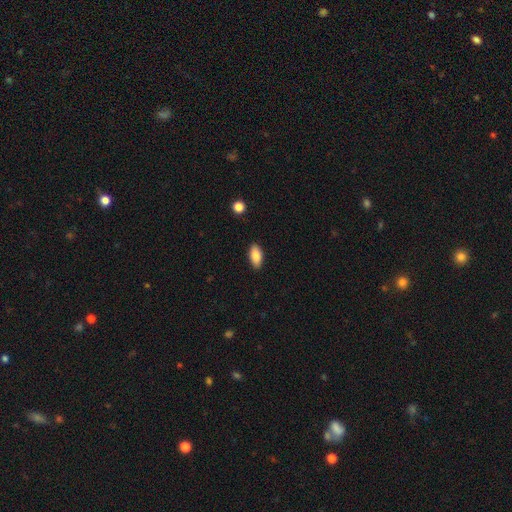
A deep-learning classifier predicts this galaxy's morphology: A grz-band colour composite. It shows a smooth galaxy with no disk features (86%) that is in between round and cigar-shaped (90%). Merging: none (88%).